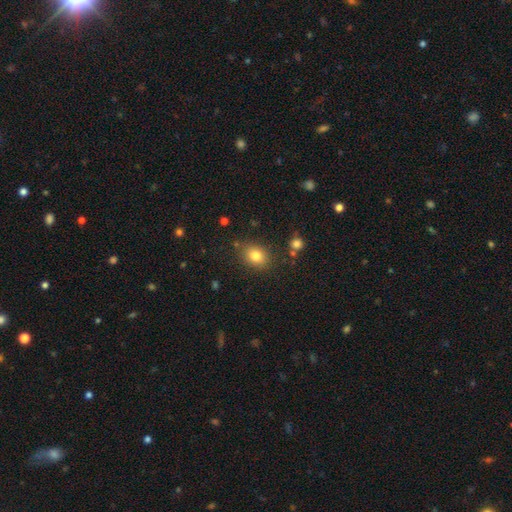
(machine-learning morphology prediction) smooth-or-featured: smooth: 81% | star or artifact: 11% | featured or disk: 8%
  how-rounded: in between: 52% | round: 47% | cigar-shaped: 1%
  merging: none: 80% | minor disturbance: 12% | merger: 4% | major disturbance: 4%